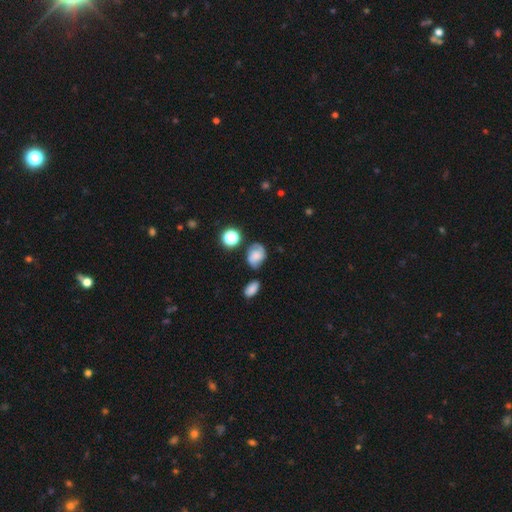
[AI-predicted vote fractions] The model was most divided on "smooth or featured": smooth: 45%, featured or disk: 43%, star or artifact: 12%. More confident: merging — none (60%).